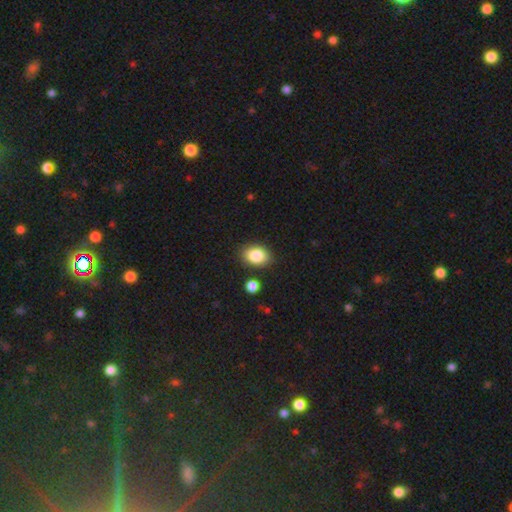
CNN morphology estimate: The model was most divided on "how rounded": in between: 75%, round: 23%, cigar-shaped: 1%. More confident: smooth or featured — smooth (86%); merging — none (83%).